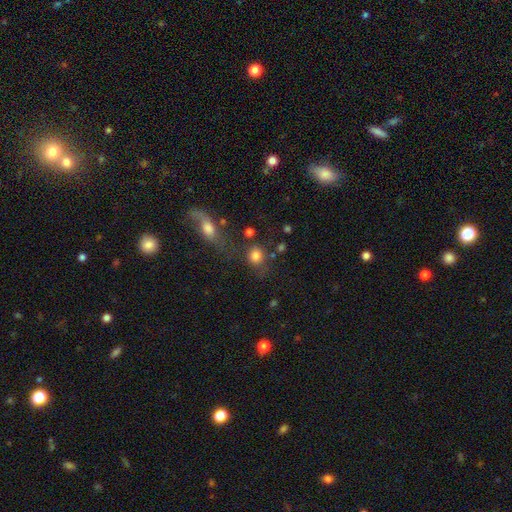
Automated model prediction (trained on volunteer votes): Smooth or featured? Predicted: smooth (p=0.81). How rounded? Predicted: round (p=0.67). Merging? Predicted: none (p=0.63).